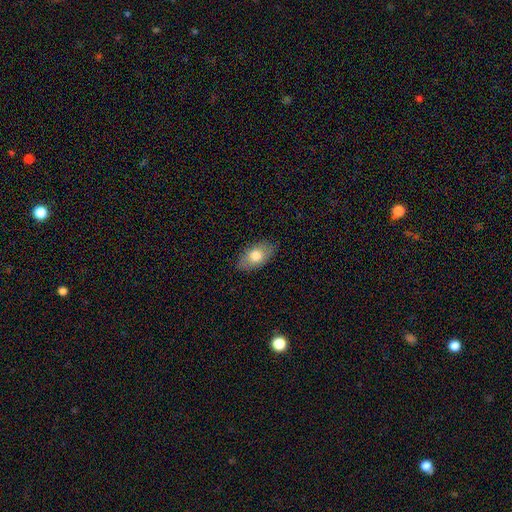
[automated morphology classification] This is likely a smooth galaxy (76%). How rounded: clearly in between (92%). Merging: clearly none (85%).